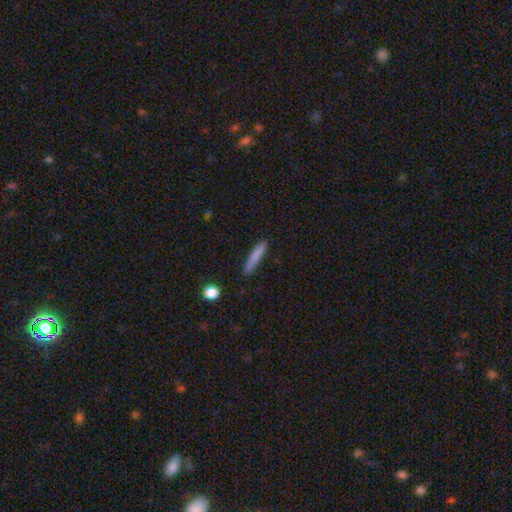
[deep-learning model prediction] This is clearly a smooth galaxy (81%). How rounded: clearly cigar-shaped (89%). Merging: likely none (80%).